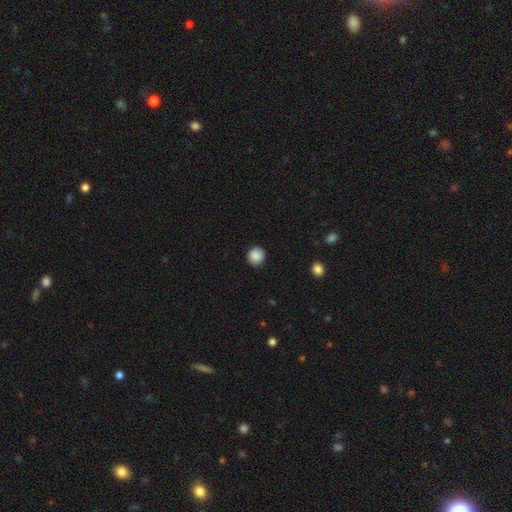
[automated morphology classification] A smooth galaxy with no disk features (87%) that is round (91%).

Vote fractions:
- Smooth or featured? smooth: 87% / star or artifact: 8% / featured or disk: 4%
- How rounded? round: 91% / in between: 8% / cigar-shaped: 1%
- Merging? none: 89% / minor disturbance: 8% / major disturbance: 2% / merger: 1%